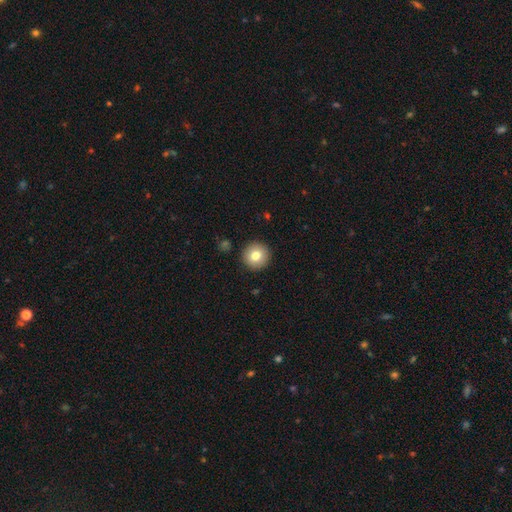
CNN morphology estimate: smooth-or-featured: smooth: 79% | featured or disk: 12% | star or artifact: 9%
  how-rounded: round: 95% | in between: 4% | cigar-shaped: 1%
  merging: none: 92% | minor disturbance: 5% | major disturbance: 2% | merger: 1%